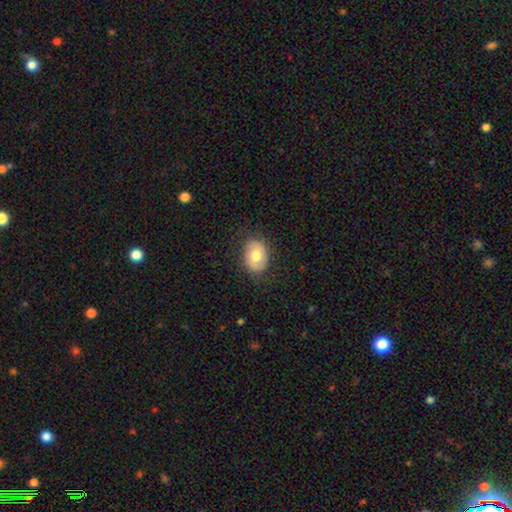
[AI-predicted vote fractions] Q: Smooth or featured?
A: smooth (71%); runner-up: featured or disk (22%)
Q: How rounded?
A: in between (72%); runner-up: round (27%)
Q: Merging?
A: none (81%); runner-up: minor disturbance (14%)